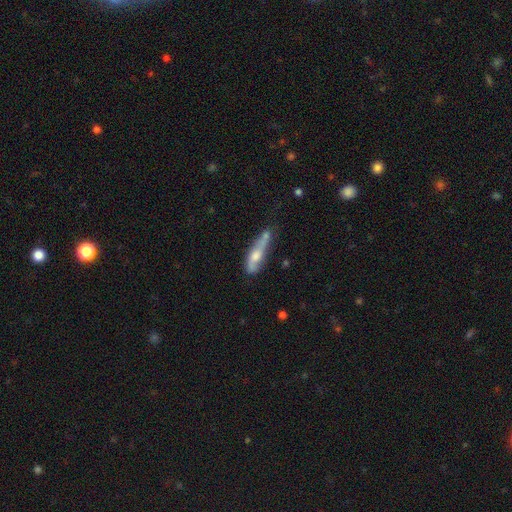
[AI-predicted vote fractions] The model was most divided on "smooth or featured": featured or disk: 48%, smooth: 44%, star or artifact: 8%. Remaining: merging — none (36%).